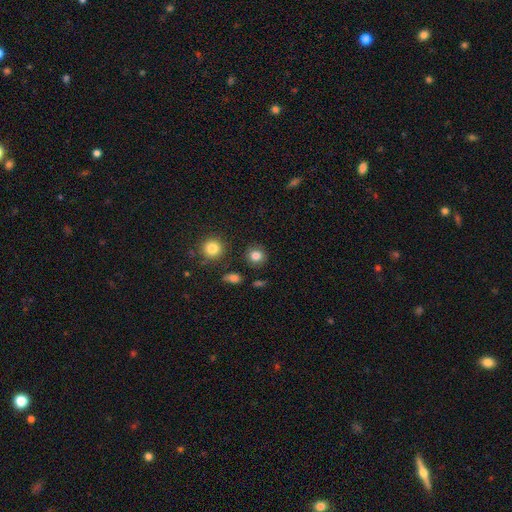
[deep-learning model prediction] Smooth or featured? smooth (83%)
How rounded? round (88%)
Merging? none (87%)